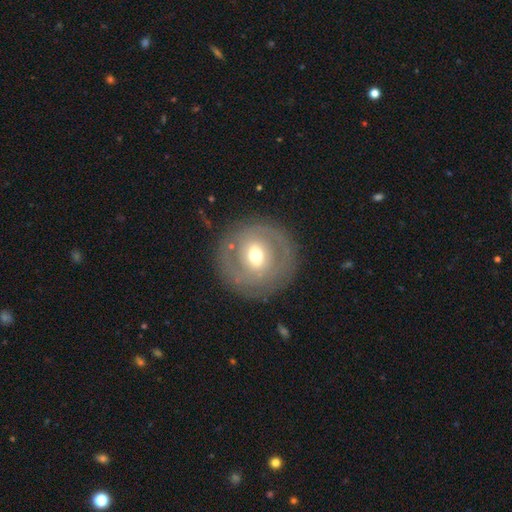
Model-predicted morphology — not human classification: Overall: featured or disk (58%; smooth 34%). Edge-on disk: no (95%). Bar: weak (43%; no 34%). Spiral arms: no (55%; yes 45%). Bulge size: moderate (65%). Merging: none (83%).